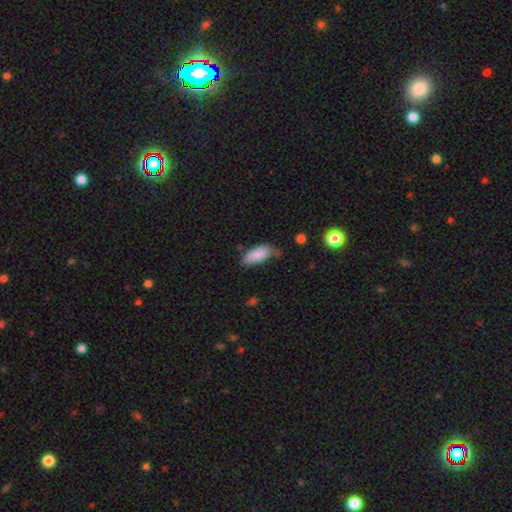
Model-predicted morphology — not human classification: Smooth or featured?
  - smooth: 86% *
  - star or artifact: 7%
  - featured or disk: 7%
How rounded?
  - in between: 85% *
  - cigar-shaped: 13%
  - round: 2%
Merging?
  - none: 57% *
  - minor disturbance: 32%
  - major disturbance: 6%
  - merger: 5%